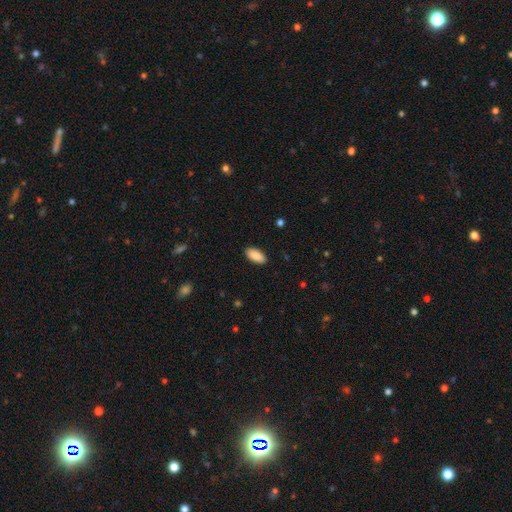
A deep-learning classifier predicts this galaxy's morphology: Smooth or featured? Predicted: smooth (p=0.90). How rounded? Predicted: in between (p=0.92). Merging? Predicted: none (p=0.89).